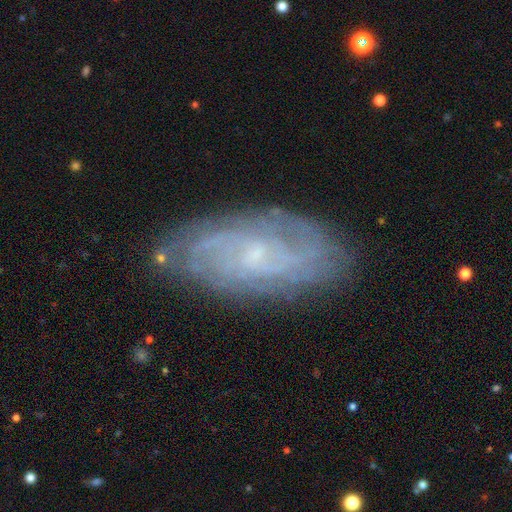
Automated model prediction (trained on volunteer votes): Morphology: type=featured or disk (78%); edge-on=no (93%); bar=no (61%); spiral arms=yes (93%); winding=tight (63%); arm count=can't tell (43%); bulge=small (75%); merging=none (81%).